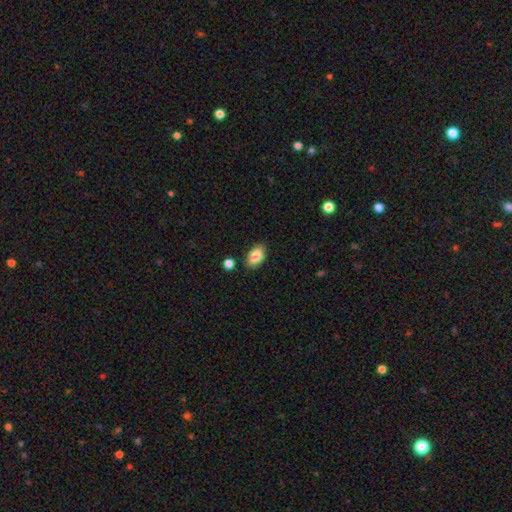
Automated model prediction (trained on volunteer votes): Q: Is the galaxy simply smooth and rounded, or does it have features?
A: smooth — 84%.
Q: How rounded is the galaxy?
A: in between — 92%.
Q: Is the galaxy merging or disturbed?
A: none — 84%.